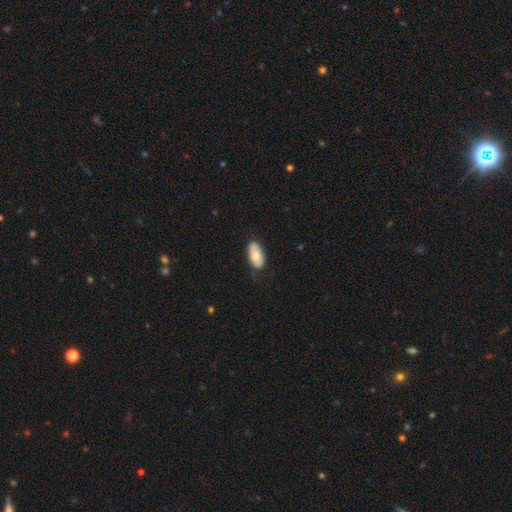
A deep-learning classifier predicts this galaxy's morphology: Smooth or featured?
  - smooth: 68% *
  - featured or disk: 26%
  - star or artifact: 6%
How rounded?
  - in between: 93% *
  - cigar-shaped: 4%
  - round: 3%
Merging?
  - none: 79% *
  - minor disturbance: 17%
  - major disturbance: 3%
  - merger: 1%